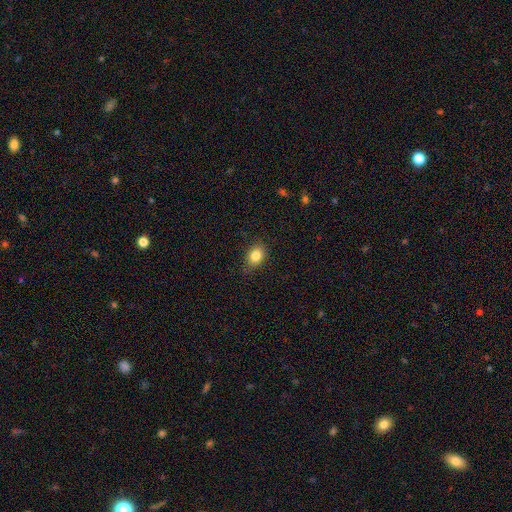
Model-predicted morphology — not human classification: smooth_or_featured: smooth (p=0.83) [alt: star or artifact p=0.09]
how_rounded: in between (p=0.63) [alt: round p=0.36]
merging: none (p=0.83) [alt: minor disturbance p=0.13]